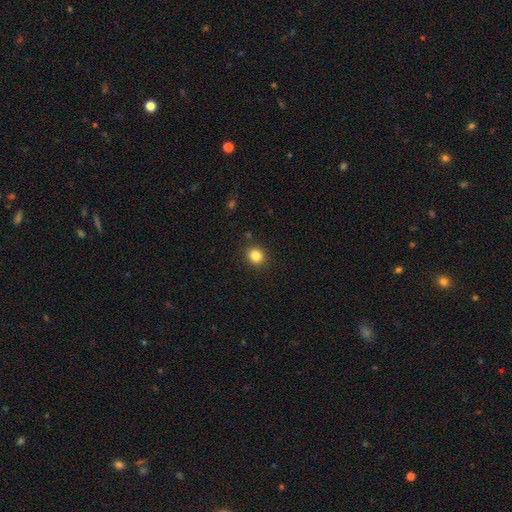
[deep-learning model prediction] Smooth or featured: smooth — 84% (star or artifact — 11%)
How rounded: round — 81% (in between — 18%)
Merging: none — 90% (minor disturbance — 7%)